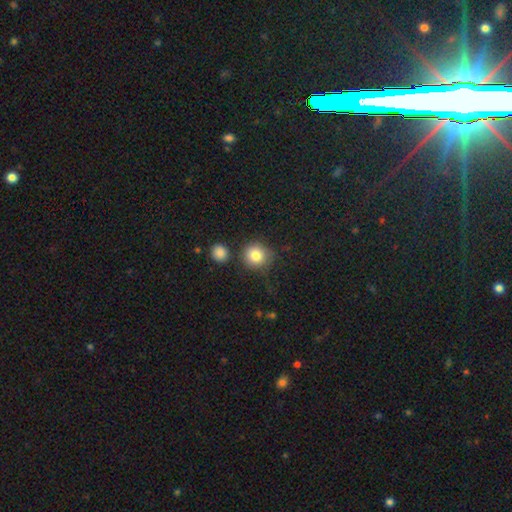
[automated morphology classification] smooth_or_featured: smooth (p=0.83) [alt: star or artifact p=0.10]
how_rounded: round (p=0.92) [alt: in between p=0.07]
merging: none (p=0.78) [alt: minor disturbance p=0.11]